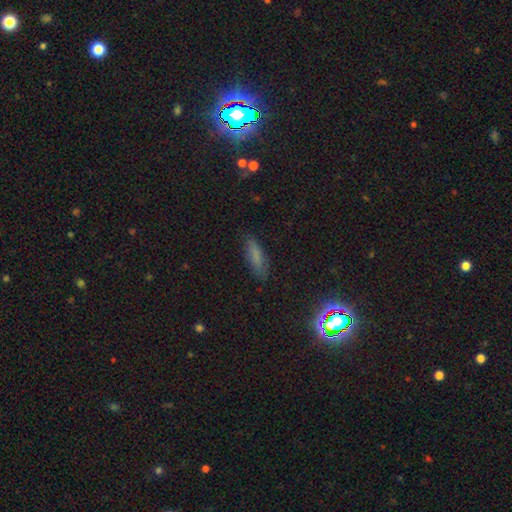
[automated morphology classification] A smooth galaxy with no disk features (71%) that is cigar-shaped (53%). Merging: none (80%).